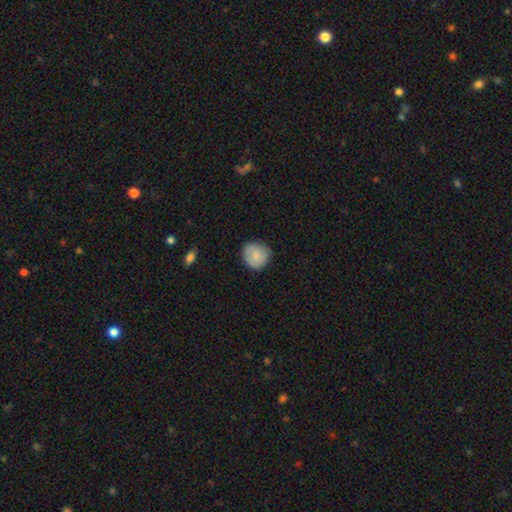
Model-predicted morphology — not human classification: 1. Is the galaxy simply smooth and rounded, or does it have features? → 82% smooth, 11% featured or disk, 7% star or artifact.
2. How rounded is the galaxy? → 88% round, 11% in between, 1% cigar-shaped.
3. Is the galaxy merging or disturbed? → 81% none, 15% minor disturbance, 3% major disturbance, 1% merger.